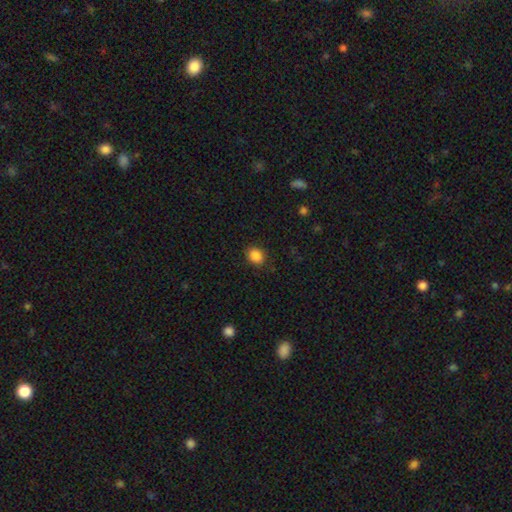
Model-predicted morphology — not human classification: Smooth or featured?
  - smooth: 87% *
  - star or artifact: 9%
  - featured or disk: 4%
How rounded?
  - in between: 50% *
  - round: 49%
  - cigar-shaped: 1%
Merging?
  - none: 87% *
  - minor disturbance: 9%
  - major disturbance: 3%
  - merger: 1%